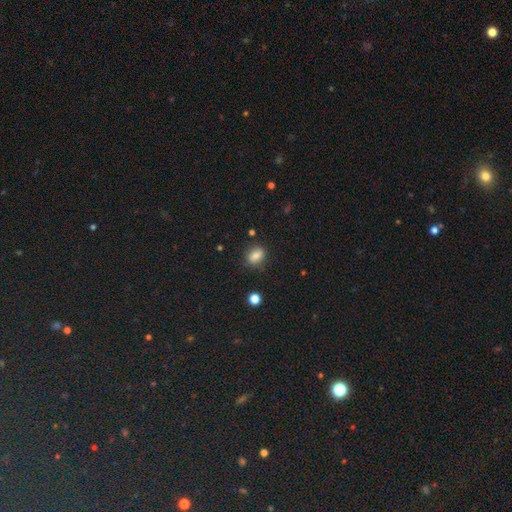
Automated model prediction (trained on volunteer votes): Smooth or featured?
  - smooth: 78% *
  - star or artifact: 12%
  - featured or disk: 10%
How rounded?
  - in between: 59% *
  - round: 38%
  - cigar-shaped: 3%
Merging?
  - none: 79% *
  - minor disturbance: 14%
  - major disturbance: 4%
  - merger: 3%